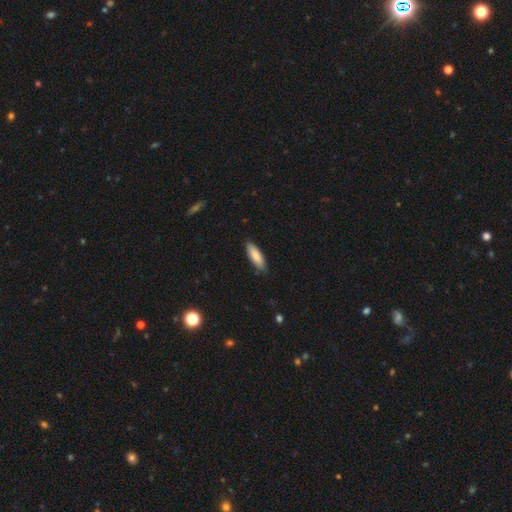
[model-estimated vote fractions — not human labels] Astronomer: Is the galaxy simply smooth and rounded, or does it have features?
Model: smooth — 84%.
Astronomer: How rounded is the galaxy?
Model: in between — 53% (runner-up: cigar-shaped, 46%).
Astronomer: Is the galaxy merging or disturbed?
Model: none — 83%.